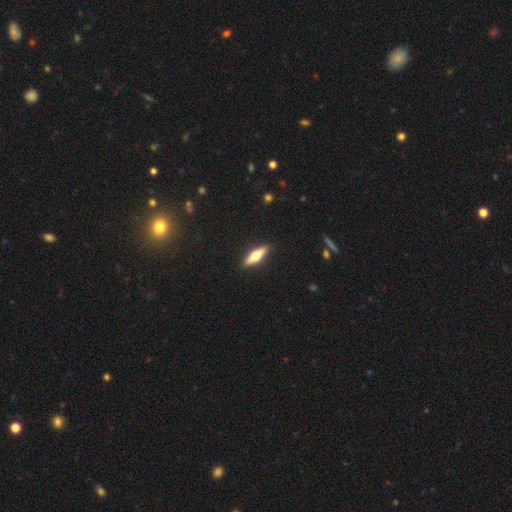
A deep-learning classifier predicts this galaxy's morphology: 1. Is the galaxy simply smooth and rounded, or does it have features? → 50% smooth, 45% featured or disk, 6% star or artifact.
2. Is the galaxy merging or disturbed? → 90% none, 7% minor disturbance, 2% major disturbance, 1% merger.